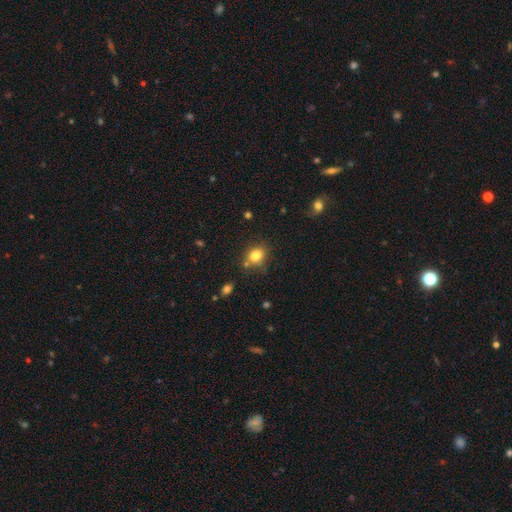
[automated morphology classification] The model was most divided on "how rounded": round: 56%, in between: 43%, cigar-shaped: 1%. More confident: smooth or featured — smooth (81%); merging — none (72%).